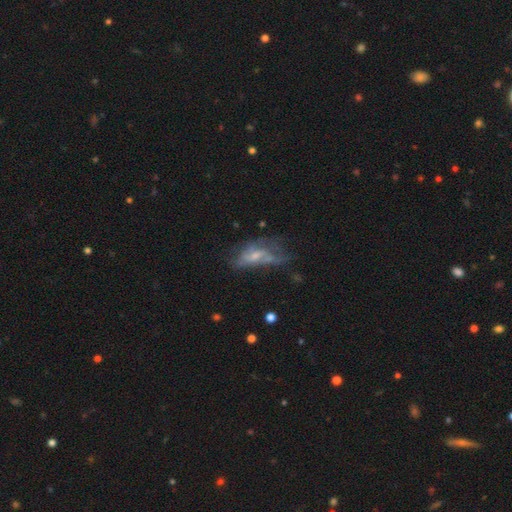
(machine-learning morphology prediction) Overall: featured or disk (55%; smooth 33%). Edge-on disk: no (90%). Merging: major disturbance (39%; none 31%).